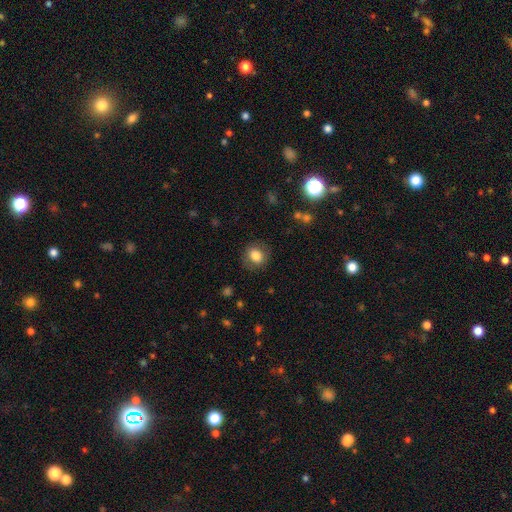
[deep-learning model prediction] Smooth or featured? Predicted: smooth (p=0.79). How rounded? Predicted: round (p=0.64). Merging? Predicted: none (p=0.84).